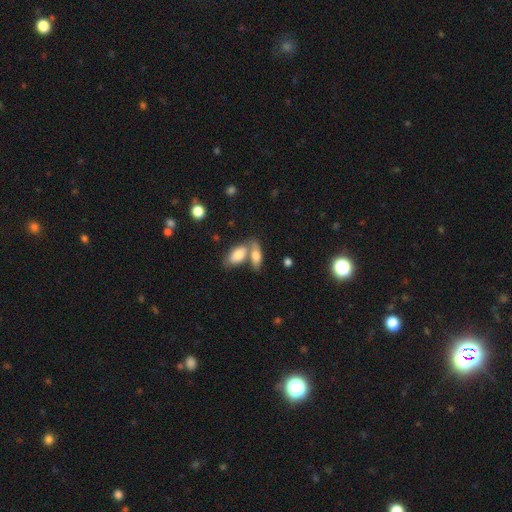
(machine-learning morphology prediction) Smooth or featured: smooth — 71% (featured or disk — 22%)
How rounded: in between — 78% (cigar-shaped — 18%)
Merging: merger — 47% (none — 40%)